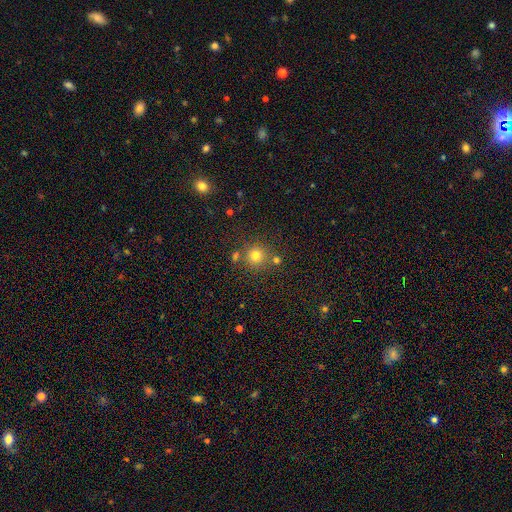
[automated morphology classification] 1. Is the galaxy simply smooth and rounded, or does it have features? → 76% smooth, 16% star or artifact, 8% featured or disk.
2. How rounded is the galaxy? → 93% round, 6% in between, 1% cigar-shaped.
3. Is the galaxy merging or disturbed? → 76% none, 12% merger, 9% minor disturbance, 3% major disturbance.